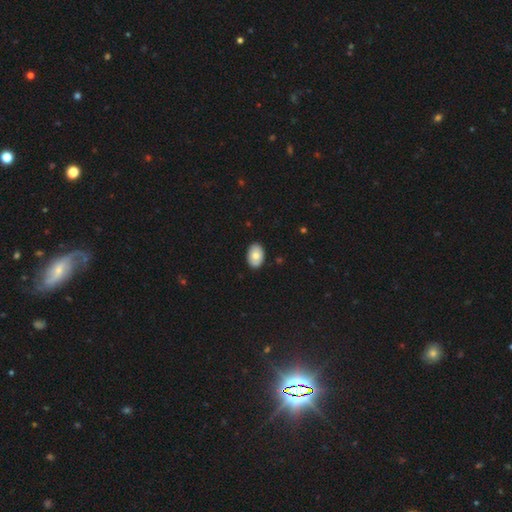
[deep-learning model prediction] smooth 77%, featured or disk 16%, star or artifact 7%. Down the decision tree: how rounded — in between (87%); merging — none (88%).